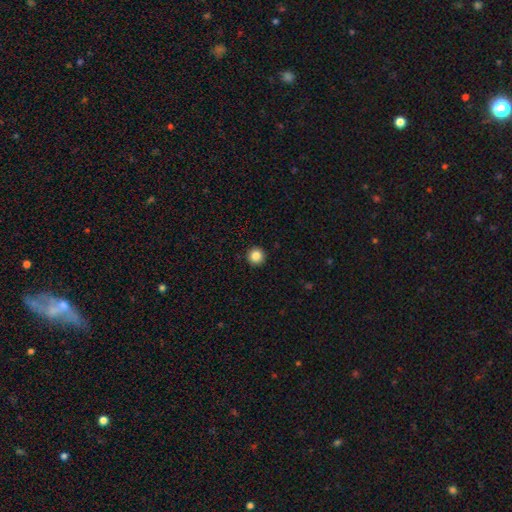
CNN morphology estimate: type=smooth (86%); roundness=round (96%); merging=none (94%).